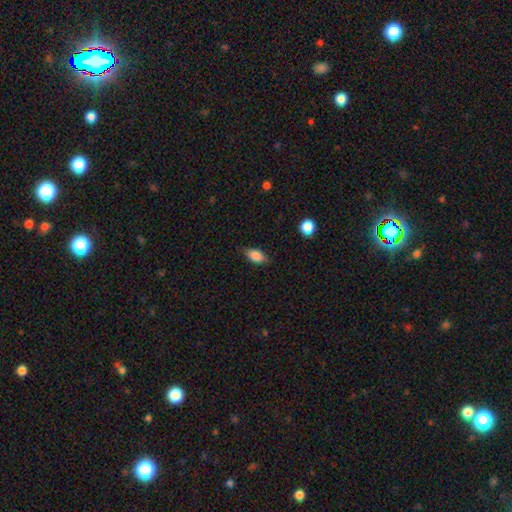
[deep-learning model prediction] Smooth or featured: smooth — 84% (featured or disk — 8%)
How rounded: in between — 87% (round — 7%)
Merging: none — 75% (minor disturbance — 19%)